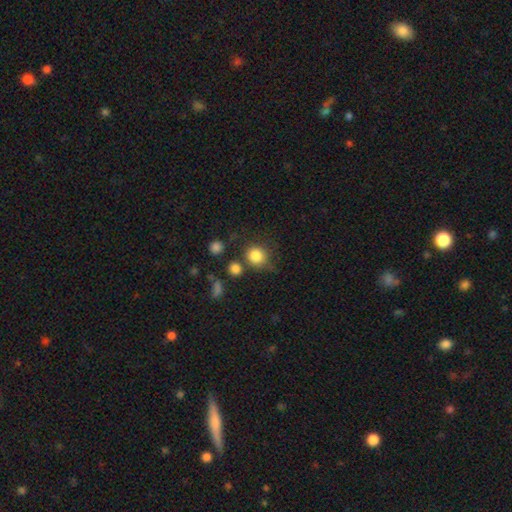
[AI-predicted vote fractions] This appears to be a smooth galaxy with no disk features (84%) that is round (86%). Merging: none (68%).